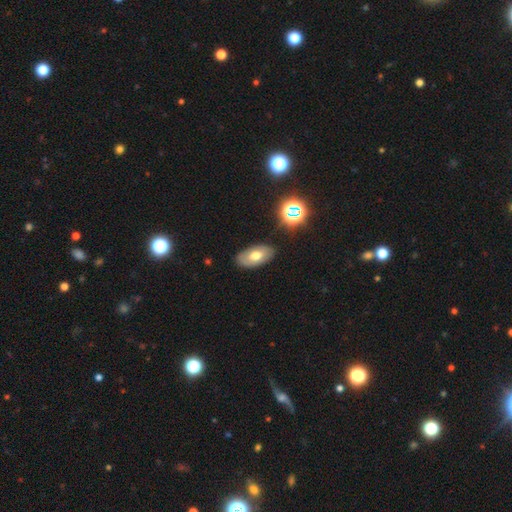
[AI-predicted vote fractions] Smooth or featured? smooth (60%)
How rounded? in between (93%)
Merging? none (84%)